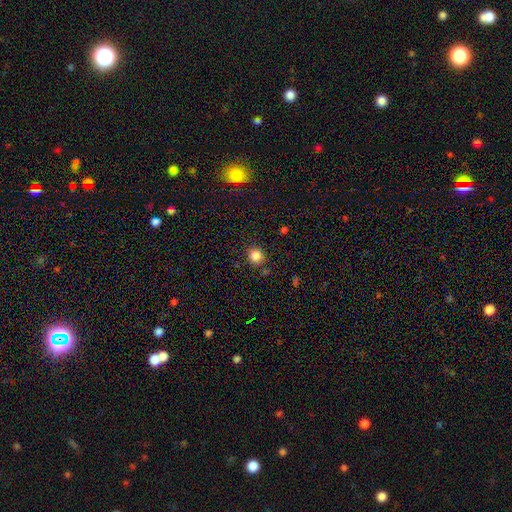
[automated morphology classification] smooth_or_featured: smooth (p=0.84) [alt: star or artifact p=0.12]
how_rounded: round (p=0.91) [alt: in between p=0.08]
merging: none (p=0.86) [alt: minor disturbance p=0.09]